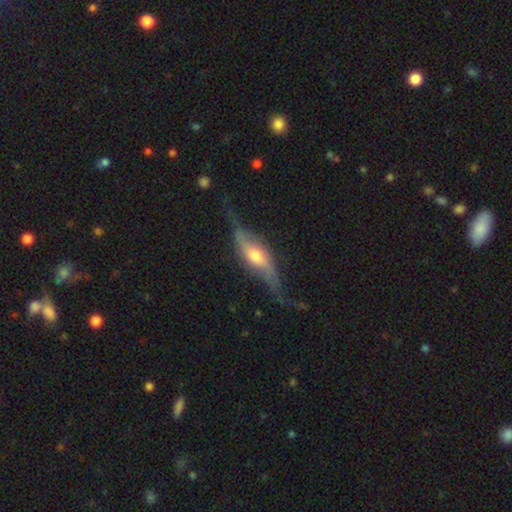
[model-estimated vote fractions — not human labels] Smooth or featured? featured or disk (72%)
Edge-on disk? yes (52%)
Merging? none (52%)